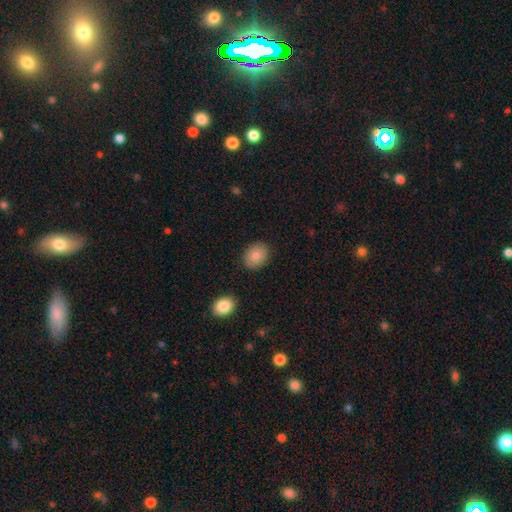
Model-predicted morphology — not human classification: Smooth or featured: smooth — 85% (featured or disk — 7%)
How rounded: in between — 52% (round — 47%)
Merging: none — 87% (minor disturbance — 9%)